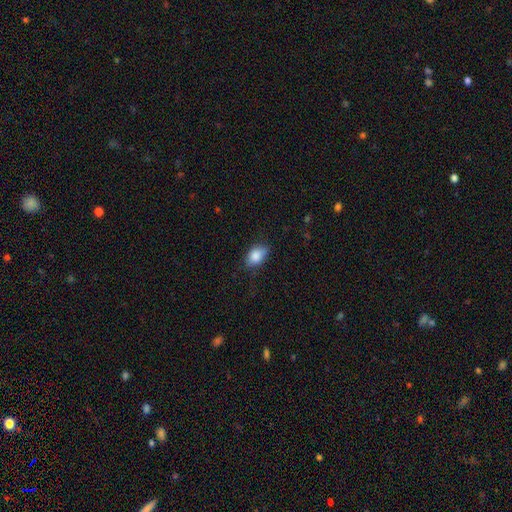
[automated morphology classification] type=smooth (85%); roundness=in between (83%); merging=none (71%).